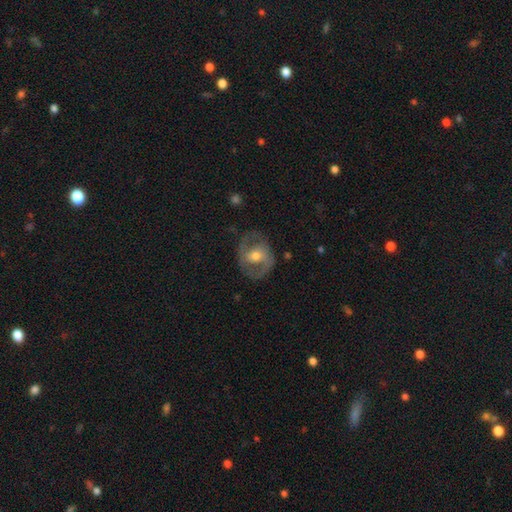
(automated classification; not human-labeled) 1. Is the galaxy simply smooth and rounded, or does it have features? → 71% featured or disk, 22% smooth, 6% star or artifact.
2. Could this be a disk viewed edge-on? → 96% no, 4% yes.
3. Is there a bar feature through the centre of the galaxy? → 43% no, 38% weak, 19% strong.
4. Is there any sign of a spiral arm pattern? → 73% yes, 27% no.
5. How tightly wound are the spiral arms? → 49% medium, 29% tight, 22% loose.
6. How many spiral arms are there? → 80% 2, 12% can't tell, 4% 1, 2% 3, 1% 4, 1% more than 4.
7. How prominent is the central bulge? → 67% moderate, 24% small, 7% large, 1% none, 1% dominant.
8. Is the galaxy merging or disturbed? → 72% none, 17% minor disturbance, 11% major disturbance, 1% merger.